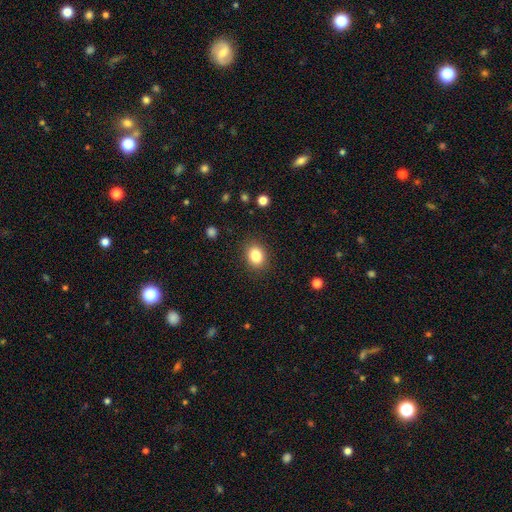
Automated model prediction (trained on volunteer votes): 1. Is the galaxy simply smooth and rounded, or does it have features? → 85% smooth, 9% star or artifact, 6% featured or disk.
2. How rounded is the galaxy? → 53% in between, 46% round, 1% cigar-shaped.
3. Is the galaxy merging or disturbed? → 87% none, 9% minor disturbance, 3% major disturbance, 1% merger.